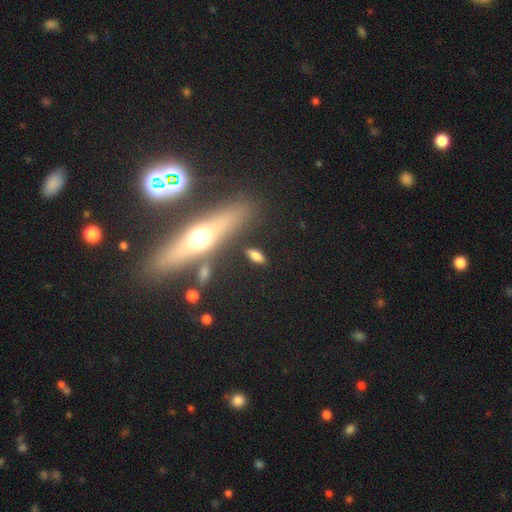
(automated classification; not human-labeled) Morphology: type=smooth (73%); roundness=in between (67%); merging=none (82%).